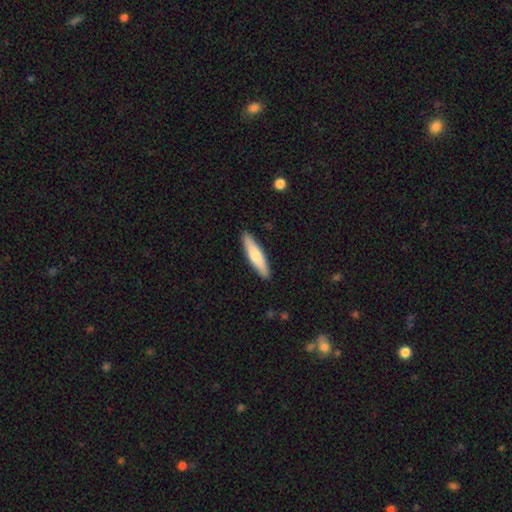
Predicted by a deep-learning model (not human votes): Overall: smooth (70%). How rounded: cigar-shaped (81%). Merging: none (90%).